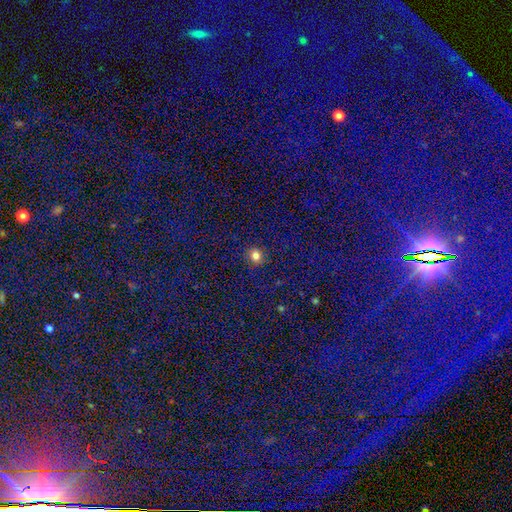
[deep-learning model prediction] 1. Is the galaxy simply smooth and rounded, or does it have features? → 77% smooth, 17% star or artifact, 6% featured or disk.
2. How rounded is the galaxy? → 82% round, 17% in between, 1% cigar-shaped.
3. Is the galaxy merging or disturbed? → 86% none, 9% minor disturbance, 3% major disturbance, 2% merger.